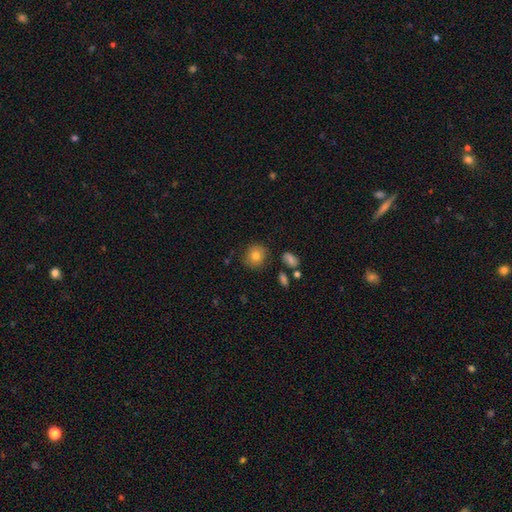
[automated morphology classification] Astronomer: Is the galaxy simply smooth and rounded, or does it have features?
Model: smooth — 78%.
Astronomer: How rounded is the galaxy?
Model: round — 85%.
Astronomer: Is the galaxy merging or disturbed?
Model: none — 82%.